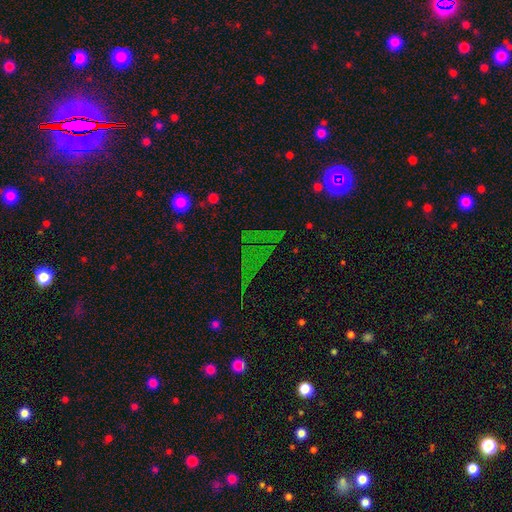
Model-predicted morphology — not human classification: type=star or artifact (75%).